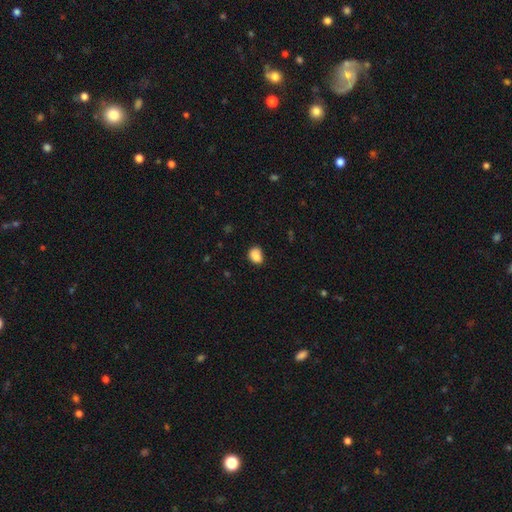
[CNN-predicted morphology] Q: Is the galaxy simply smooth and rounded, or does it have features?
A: smooth — 87%.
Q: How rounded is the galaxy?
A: in between — 63%.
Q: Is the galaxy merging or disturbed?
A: none — 69%.